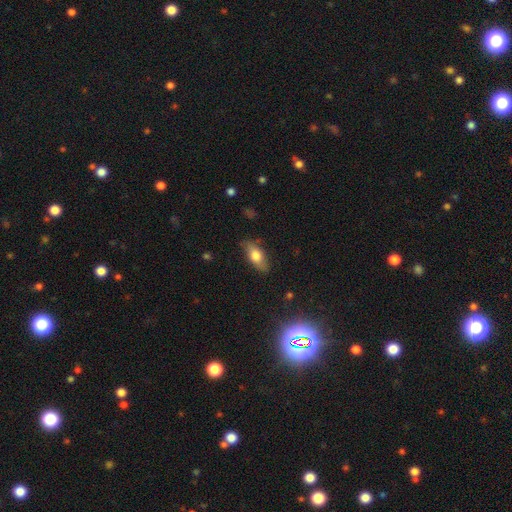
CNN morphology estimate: Smooth or featured? smooth (68%)
How rounded? in between (79%)
Merging? none (79%)